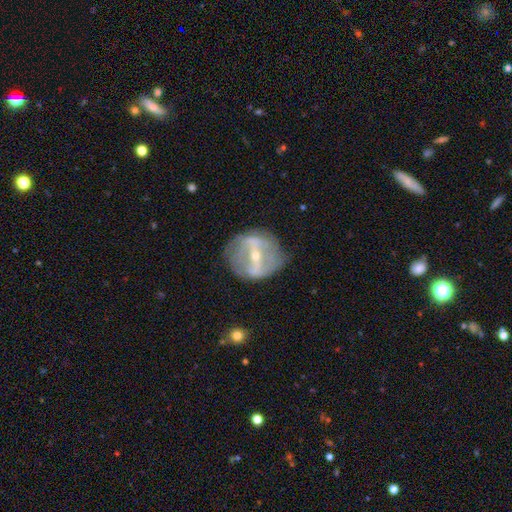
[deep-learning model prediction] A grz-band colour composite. It shows a featured or disk galaxy (80%) with a strong bar (71%), no spiral arms (53%) and a small central bulge (61%). Merging: none (71%).